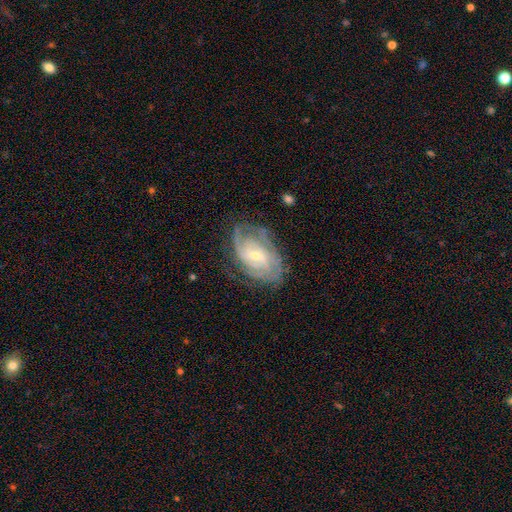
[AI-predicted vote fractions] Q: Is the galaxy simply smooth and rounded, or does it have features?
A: featured or disk — 85%.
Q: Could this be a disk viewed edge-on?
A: no — 96%.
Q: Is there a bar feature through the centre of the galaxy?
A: weak — 48%.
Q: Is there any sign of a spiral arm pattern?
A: yes — 95%.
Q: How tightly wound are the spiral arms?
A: tight — 63%.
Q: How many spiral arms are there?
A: can't tell — 35%.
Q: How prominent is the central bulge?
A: small — 59%.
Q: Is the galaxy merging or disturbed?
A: none — 71%.